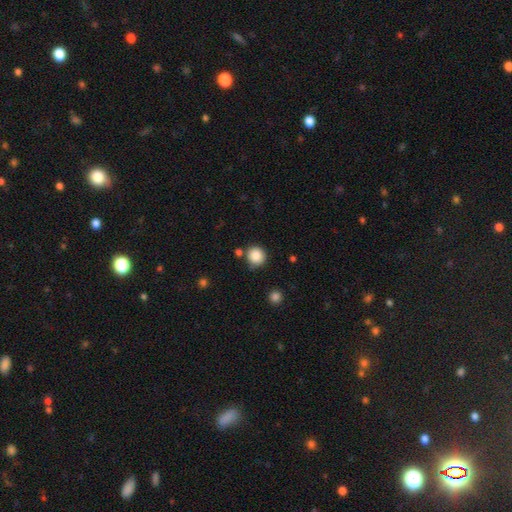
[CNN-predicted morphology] This is clearly a smooth galaxy (86%). How rounded: clearly round (89%). Merging: likely none (79%).